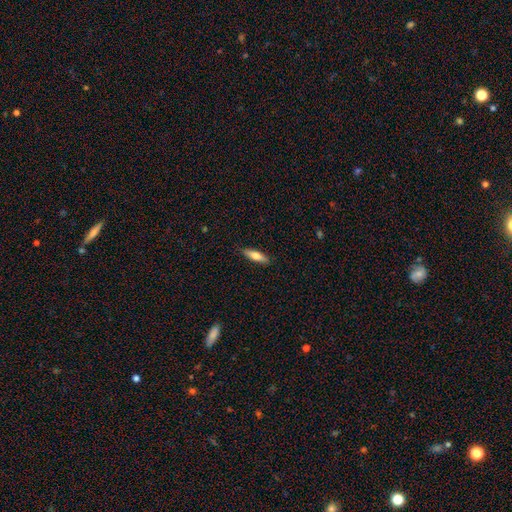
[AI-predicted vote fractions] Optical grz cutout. It shows a smooth galaxy with no disk features (67%) that is cigar-shaped (64%). Merging: none (88%).